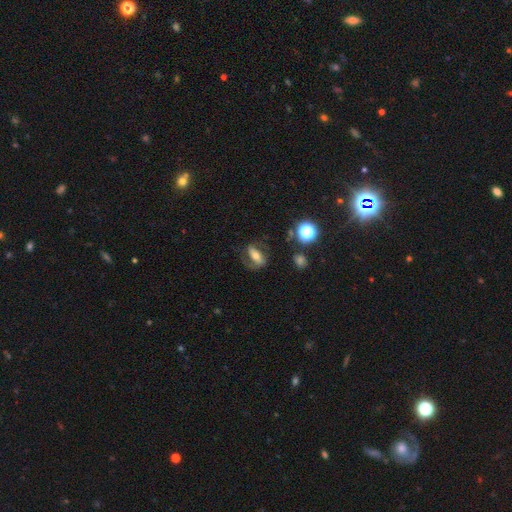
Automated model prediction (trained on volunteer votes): featured or disk 57%, smooth 31%, star or artifact 12%. Down the decision tree: edge-on disk — no (88%); merging — none (61%).